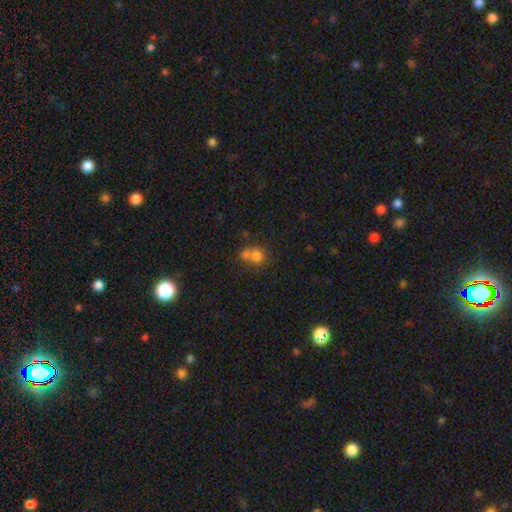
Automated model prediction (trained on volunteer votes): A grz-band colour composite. It shows a smooth galaxy with no disk features (72%) that is round (75%). Merging: merger (53%).